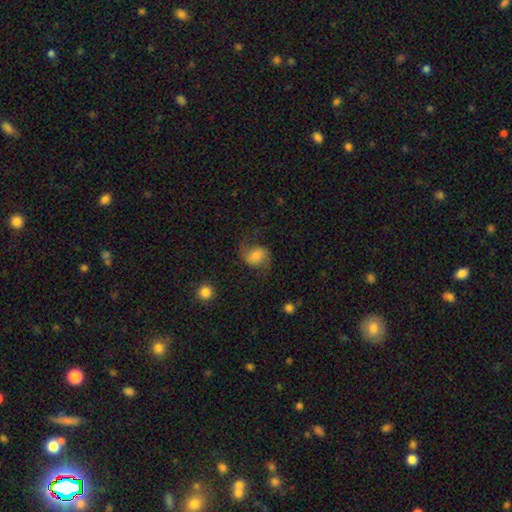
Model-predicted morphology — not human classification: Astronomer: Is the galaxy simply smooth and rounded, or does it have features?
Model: featured or disk — 59%.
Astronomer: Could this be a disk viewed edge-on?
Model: no — 97%.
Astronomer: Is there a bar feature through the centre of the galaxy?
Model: no — 53% (runner-up: weak, 36%).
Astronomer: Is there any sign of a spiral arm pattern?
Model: yes — 92%.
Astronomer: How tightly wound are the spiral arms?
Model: loose — 56% (runner-up: medium, 36%).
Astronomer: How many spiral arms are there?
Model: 2 — 91%.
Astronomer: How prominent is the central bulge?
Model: moderate — 53%.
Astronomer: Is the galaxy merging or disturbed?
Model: none — 68%.